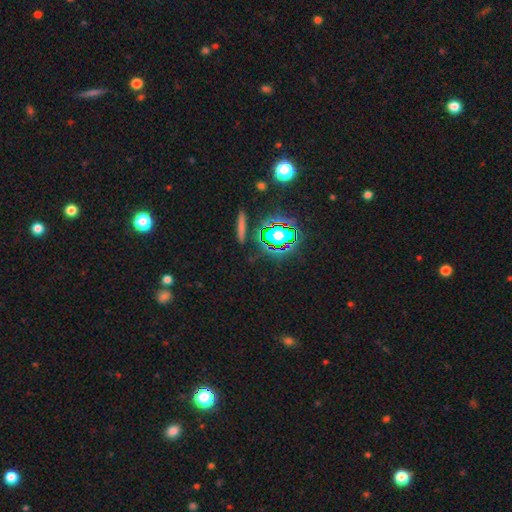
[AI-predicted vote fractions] The model was most divided on "smooth or featured": star or artifact: 74%, smooth: 16%, featured or disk: 11%.